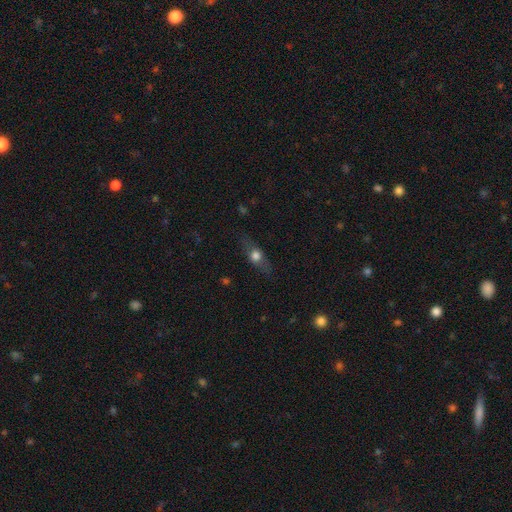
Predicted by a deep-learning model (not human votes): Q: Smooth or featured?
A: smooth (50%); runner-up: featured or disk (40%)
Q: Merging?
A: none (80%); runner-up: minor disturbance (14%)